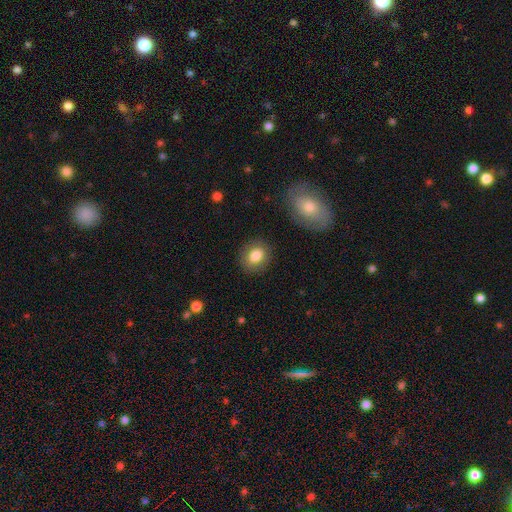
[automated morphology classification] Overall: smooth (83%). How rounded: round (57%; in between 42%). Merging: none (86%).